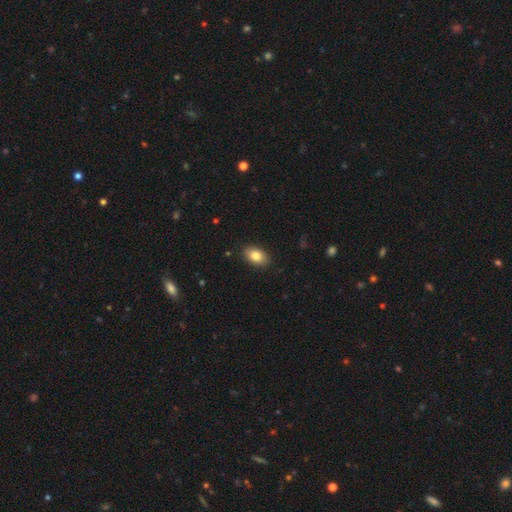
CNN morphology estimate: type=smooth (82%); roundness=in between (89%); merging=none (88%).